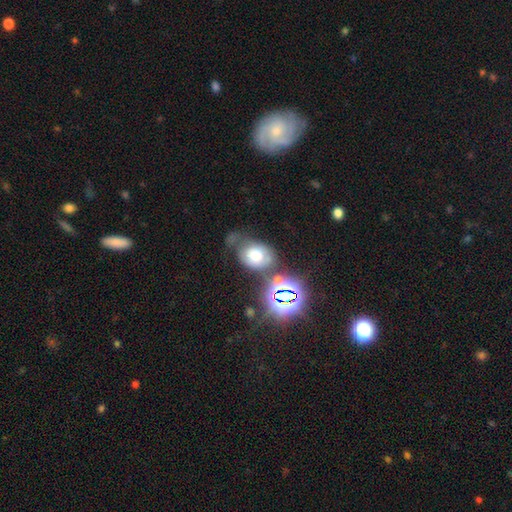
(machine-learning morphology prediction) smooth_or_featured: smooth (p=0.58) [alt: featured or disk p=0.22]
how_rounded: in between (p=0.68) [alt: round p=0.31]
merging: none (p=0.43) [alt: minor disturbance p=0.26]